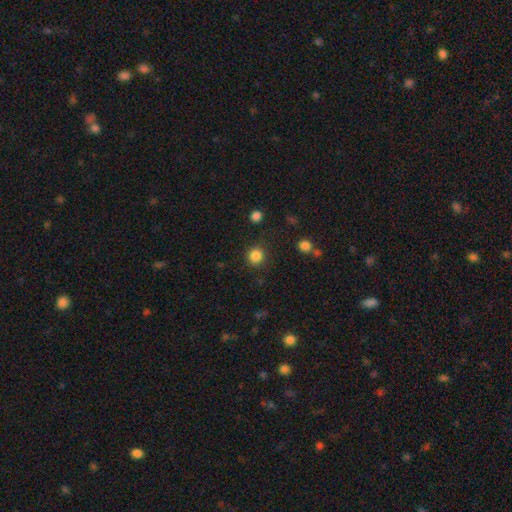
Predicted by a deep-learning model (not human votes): Smooth or featured: smooth — 85% (star or artifact — 11%)
How rounded: round — 90% (in between — 9%)
Merging: none — 88% (minor disturbance — 7%)